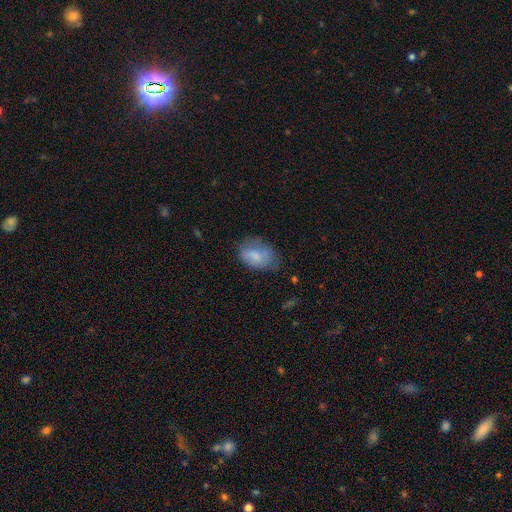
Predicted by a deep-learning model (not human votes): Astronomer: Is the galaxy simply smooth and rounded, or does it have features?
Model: smooth — 74%.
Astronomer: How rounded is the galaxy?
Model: in between — 85%.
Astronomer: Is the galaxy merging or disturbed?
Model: none — 54% (runner-up: minor disturbance, 32%).